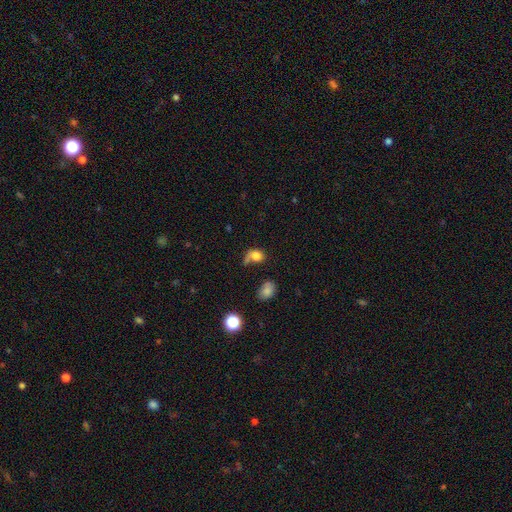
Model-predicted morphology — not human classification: Q: Smooth or featured?
A: smooth (75%); runner-up: featured or disk (13%)
Q: How rounded?
A: round (50%); runner-up: in between (49%)
Q: Merging?
A: none (37%); runner-up: major disturbance (23%)